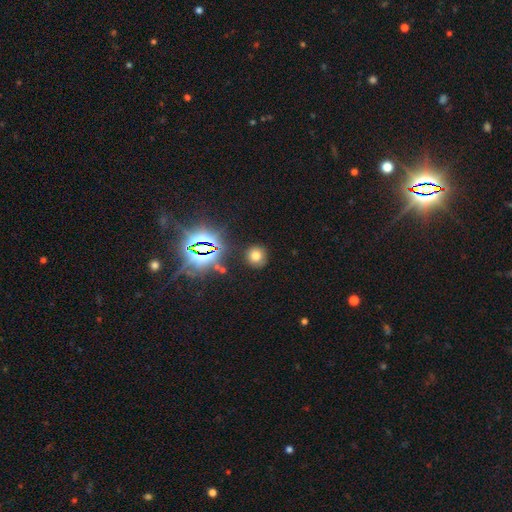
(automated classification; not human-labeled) Smooth or featured? smooth (67%)
How rounded? round (90%)
Merging? none (86%)